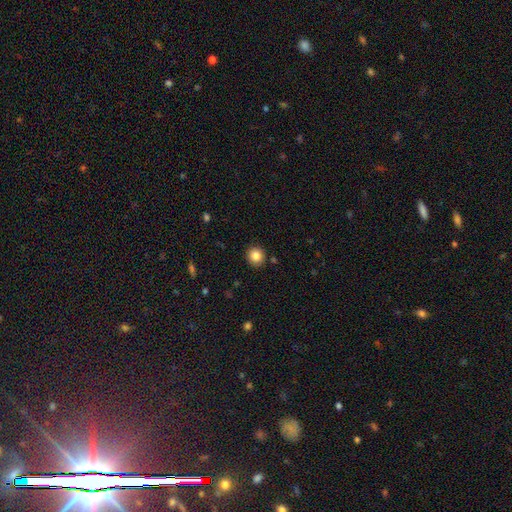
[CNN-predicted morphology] The model was most divided on "smooth or featured": smooth: 85%, star or artifact: 10%, featured or disk: 5%. More confident: how rounded — round (92%); merging — none (90%).